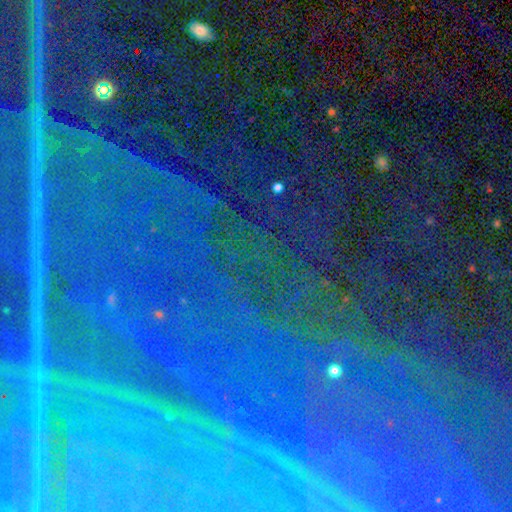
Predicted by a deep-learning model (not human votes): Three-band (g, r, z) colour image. It shows a star or artifact, not a galaxy (84%).